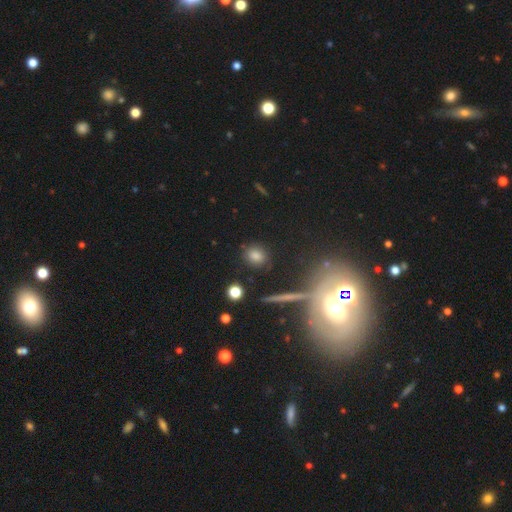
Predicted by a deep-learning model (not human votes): Smooth or featured?
  - smooth: 79% *
  - star or artifact: 13%
  - featured or disk: 8%
How rounded?
  - round: 64% *
  - in between: 31%
  - cigar-shaped: 5%
Merging?
  - none: 84% *
  - minor disturbance: 10%
  - major disturbance: 3%
  - merger: 3%